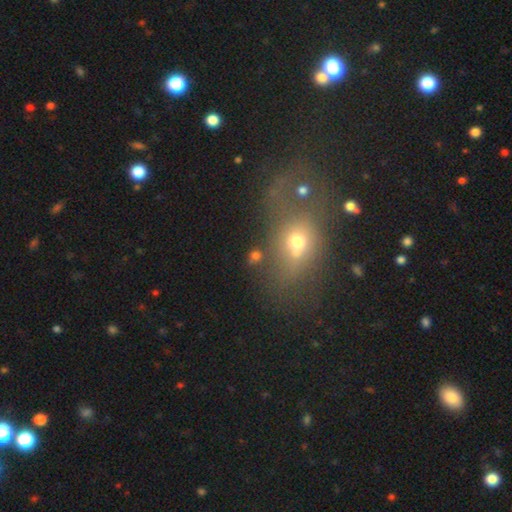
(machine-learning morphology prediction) Smooth or featured? Predicted: smooth (p=0.63). How rounded? Predicted: round (p=0.58). Merging? Predicted: none (p=0.62).